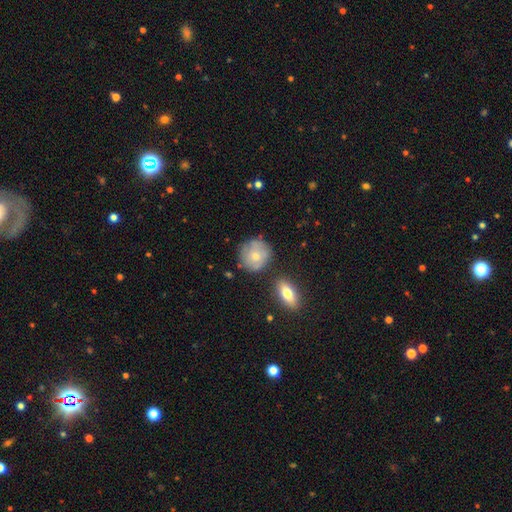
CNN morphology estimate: Smooth or featured?
  - smooth: 66% *
  - featured or disk: 26%
  - star or artifact: 8%
How rounded?
  - round: 89% *
  - in between: 10%
  - cigar-shaped: 1%
Merging?
  - none: 70% *
  - minor disturbance: 19%
  - merger: 7%
  - major disturbance: 4%